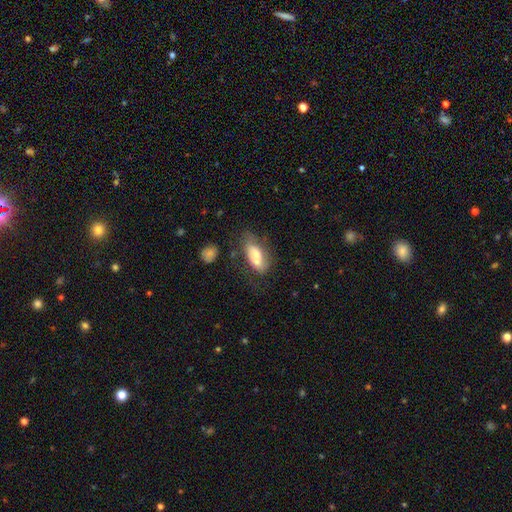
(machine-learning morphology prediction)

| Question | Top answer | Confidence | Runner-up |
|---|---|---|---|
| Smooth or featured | smooth | 63% | featured or disk (29%) |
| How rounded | in between | 85% | cigar-shaped (10%) |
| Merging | none | 36% | merger (32%) |